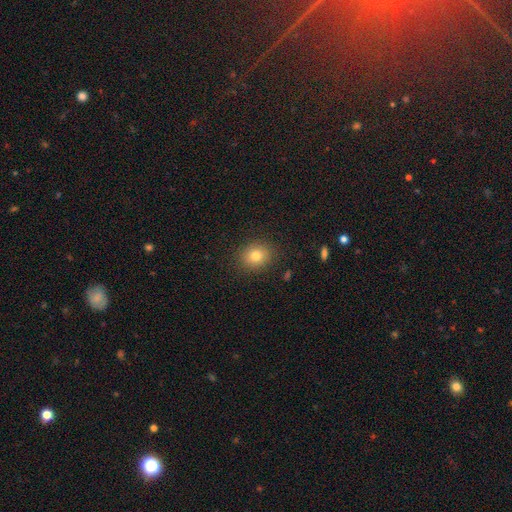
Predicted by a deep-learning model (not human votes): smooth-or-featured: smooth: 78% | star or artifact: 12% | featured or disk: 9%
  how-rounded: round: 70% | in between: 29% | cigar-shaped: 1%
  merging: none: 89% | minor disturbance: 8% | major disturbance: 3% | merger: 1%